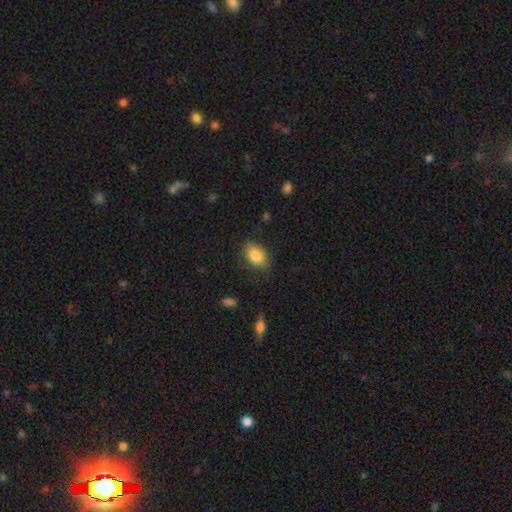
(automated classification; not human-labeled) Smooth or featured? Predicted: smooth (p=0.84). How rounded? Predicted: in between (p=0.84). Merging? Predicted: none (p=0.82).